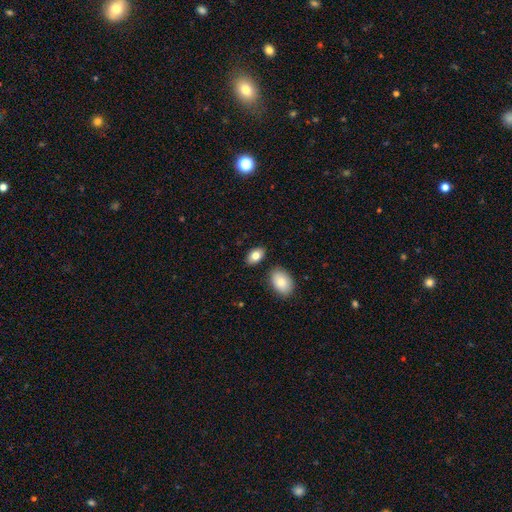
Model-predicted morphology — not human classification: Q: Smooth or featured?
A: smooth (82%); runner-up: featured or disk (10%)
Q: How rounded?
A: in between (89%); runner-up: round (9%)
Q: Merging?
A: none (82%); runner-up: minor disturbance (10%)